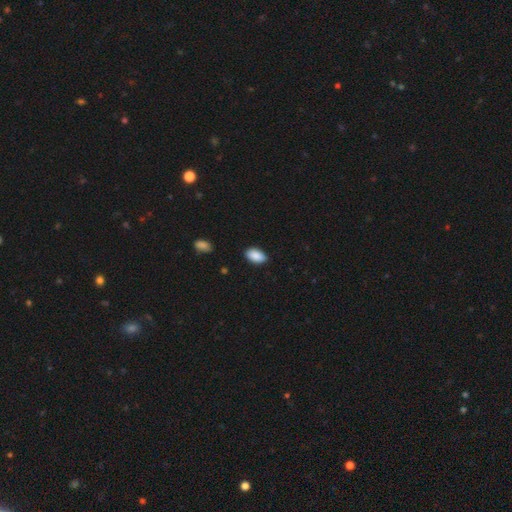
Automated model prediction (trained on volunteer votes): Overall: smooth (89%). How rounded: in between (94%). Merging: none (84%).